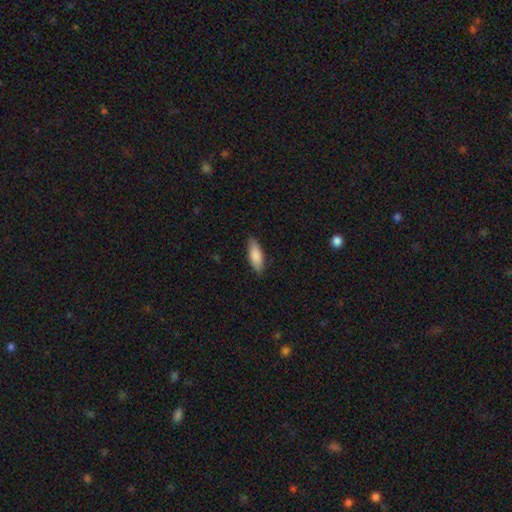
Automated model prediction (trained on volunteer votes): Smooth or featured?
  - smooth: 84% *
  - featured or disk: 10%
  - star or artifact: 6%
How rounded?
  - in between: 67% *
  - cigar-shaped: 32%
  - round: 2%
Merging?
  - none: 84% *
  - minor disturbance: 12%
  - major disturbance: 2%
  - merger: 1%